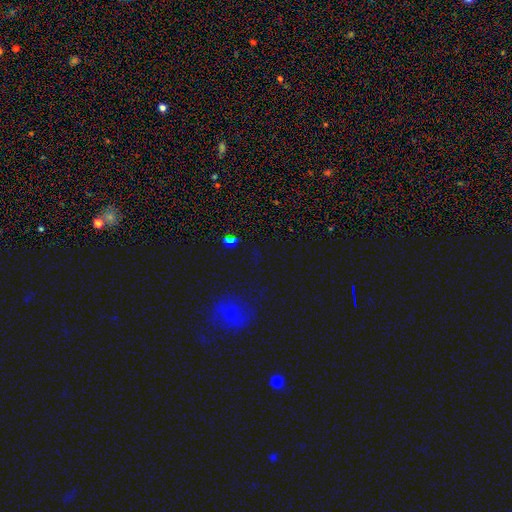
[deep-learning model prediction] smooth-or-featured: star or artifact: 46% | smooth: 45% | featured or disk: 9%